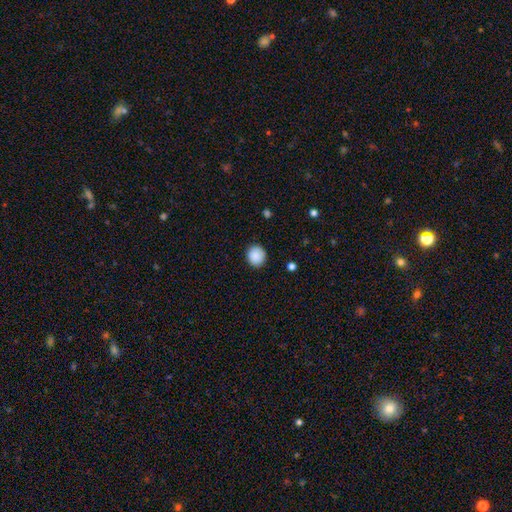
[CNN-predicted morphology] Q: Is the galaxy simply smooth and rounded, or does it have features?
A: smooth — 89%.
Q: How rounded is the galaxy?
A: round — 85%.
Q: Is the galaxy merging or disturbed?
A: none — 88%.